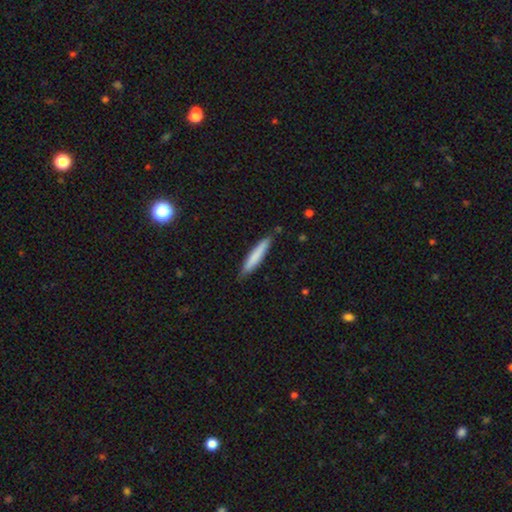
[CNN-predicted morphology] Smooth or featured? Predicted: smooth (p=0.77). How rounded? Predicted: cigar-shaped (p=0.92). Merging? Predicted: none (p=0.83).